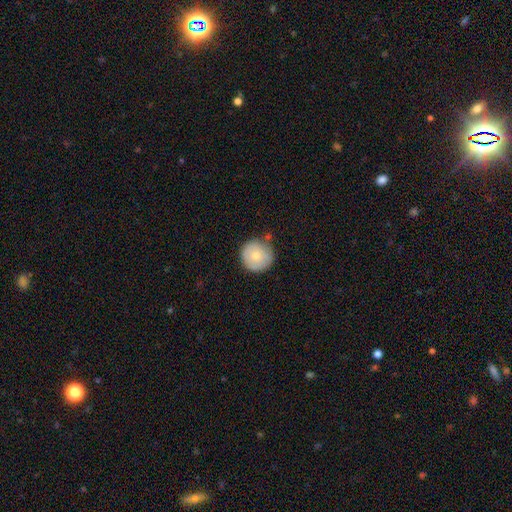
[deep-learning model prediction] Overall: smooth (74%). How rounded: round (95%). Merging: none (76%).